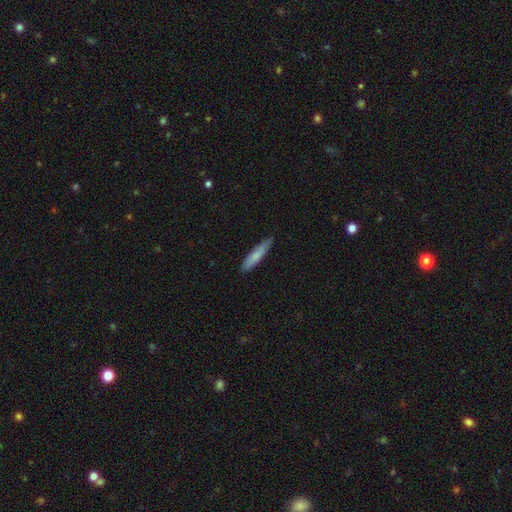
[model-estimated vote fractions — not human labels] A smooth galaxy with no disk features (77%) that is cigar-shaped (85%). Merging: none (86%).